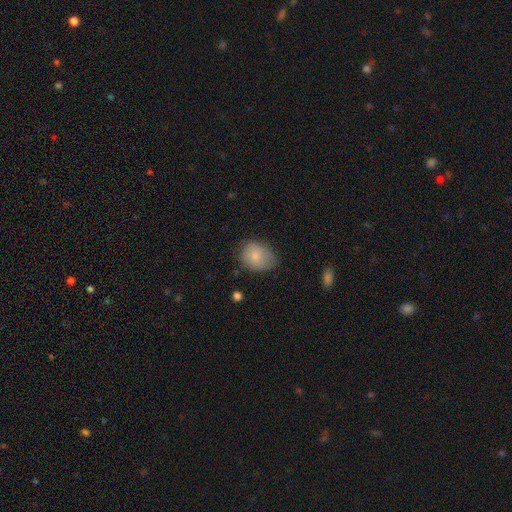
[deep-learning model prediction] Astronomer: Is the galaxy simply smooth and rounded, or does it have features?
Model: smooth — 81%.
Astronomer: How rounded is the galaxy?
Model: round — 53% (runner-up: in between, 46%).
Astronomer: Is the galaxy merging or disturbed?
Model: none — 65%.